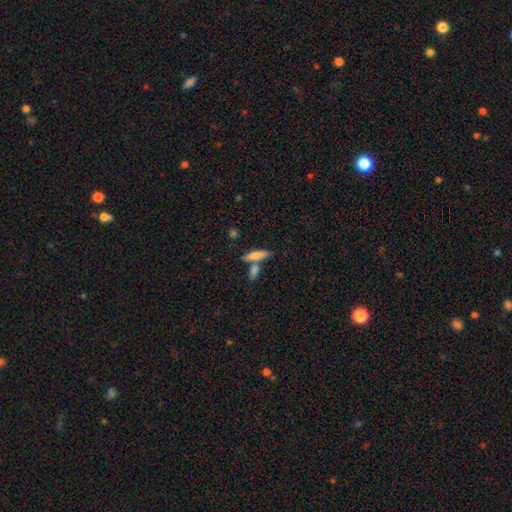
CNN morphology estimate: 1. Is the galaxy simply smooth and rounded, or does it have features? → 71% smooth, 23% featured or disk, 7% star or artifact.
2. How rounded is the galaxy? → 70% cigar-shaped, 27% in between, 3% round.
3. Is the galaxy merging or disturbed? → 59% none, 27% merger, 11% minor disturbance, 4% major disturbance.